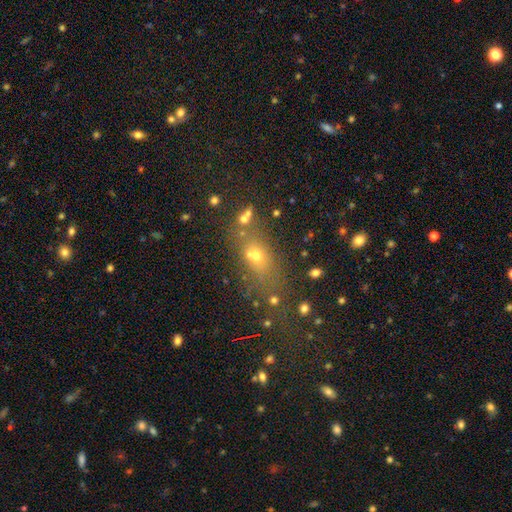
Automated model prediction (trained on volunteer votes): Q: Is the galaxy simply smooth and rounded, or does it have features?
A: smooth — 54%.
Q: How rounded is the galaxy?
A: in between — 52%.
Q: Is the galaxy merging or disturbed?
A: none — 51%.